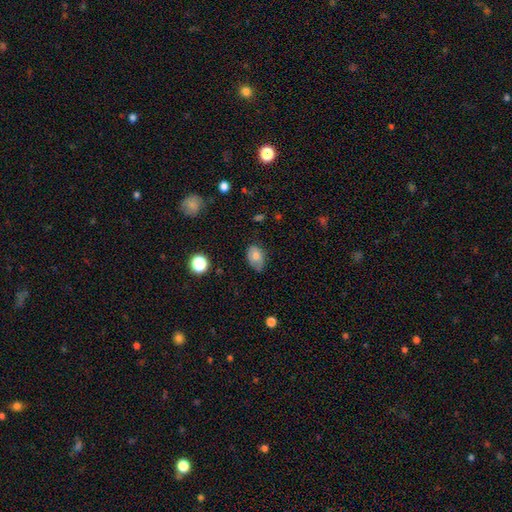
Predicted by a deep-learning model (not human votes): Smooth or featured? smooth (69%)
How rounded? in between (83%)
Merging? none (59%)